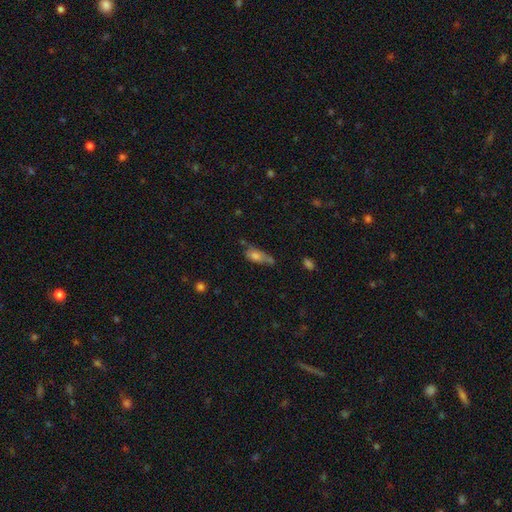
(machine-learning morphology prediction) A smooth galaxy with no disk features (68%) that is in between round and cigar-shaped (77%). Merging: none (37%).